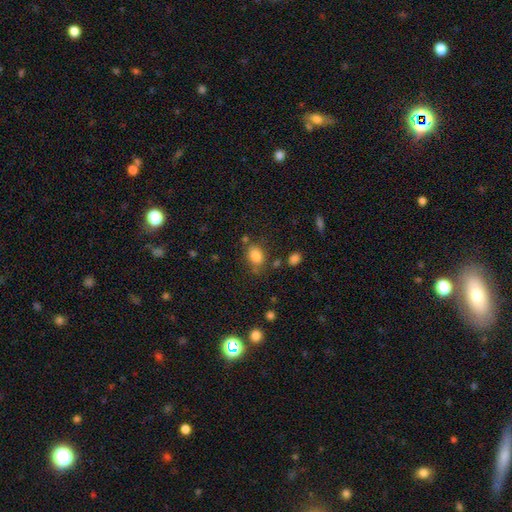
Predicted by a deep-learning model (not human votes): Morphology: type=smooth (82%); roundness=in between (68%); merging=none (69%).